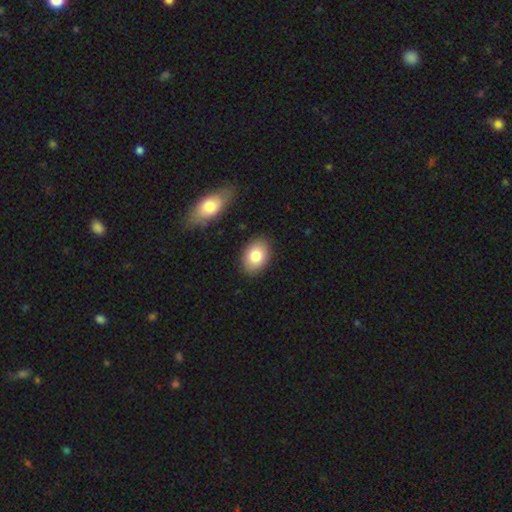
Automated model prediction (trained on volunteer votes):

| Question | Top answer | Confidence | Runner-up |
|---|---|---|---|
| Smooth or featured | smooth | 81% | featured or disk (11%) |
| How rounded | in between | 82% | round (17%) |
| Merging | none | 86% | minor disturbance (9%) |